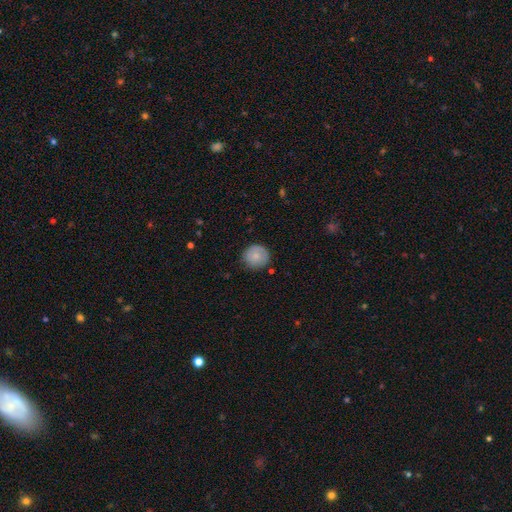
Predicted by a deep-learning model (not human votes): Smooth or featured? smooth (73%)
How rounded? round (92%)
Merging? none (79%)